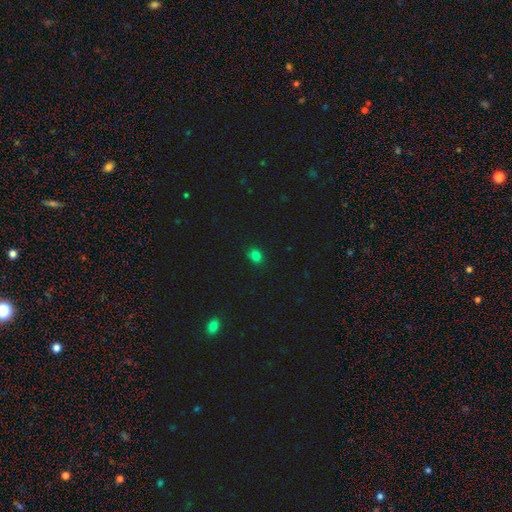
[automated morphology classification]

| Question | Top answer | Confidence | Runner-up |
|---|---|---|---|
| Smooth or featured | smooth | 80% | star or artifact (16%) |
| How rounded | round | 57% | in between (42%) |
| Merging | none | 87% | minor disturbance (10%) |